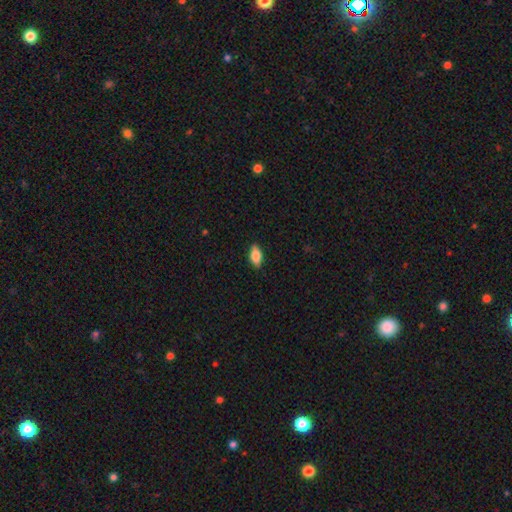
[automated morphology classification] Overall: smooth (79%). How rounded: in between (86%). Merging: none (86%).